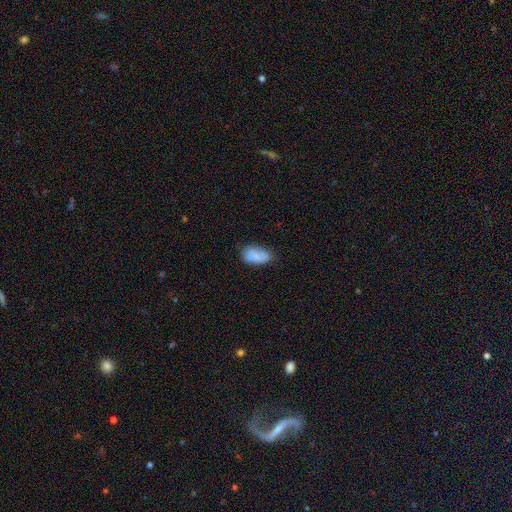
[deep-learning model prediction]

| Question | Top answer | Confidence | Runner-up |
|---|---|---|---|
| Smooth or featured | smooth | 79% | featured or disk (13%) |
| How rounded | in between | 93% | round (5%) |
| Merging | none | 63% | minor disturbance (26%) |